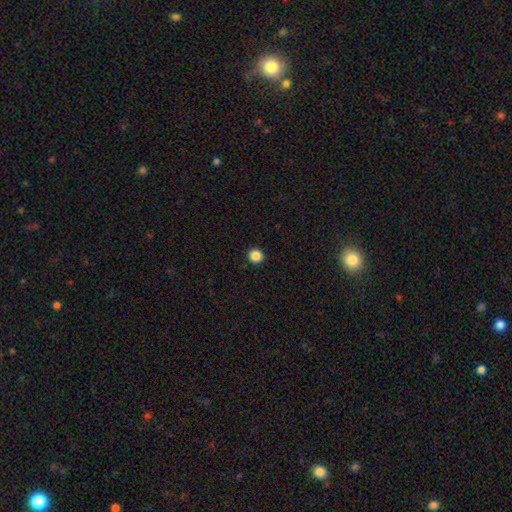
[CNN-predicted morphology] This is clearly a smooth galaxy (87%). How rounded: clearly round (92%). Merging: clearly none (93%).